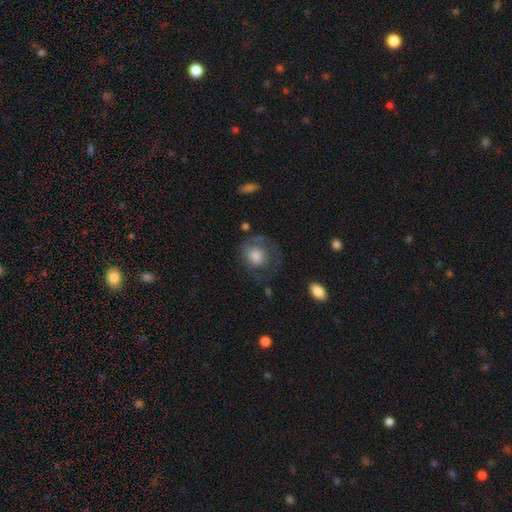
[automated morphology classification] This appears to be a smooth galaxy with no disk features (57%) that is round (76%). Merging: none (56%).